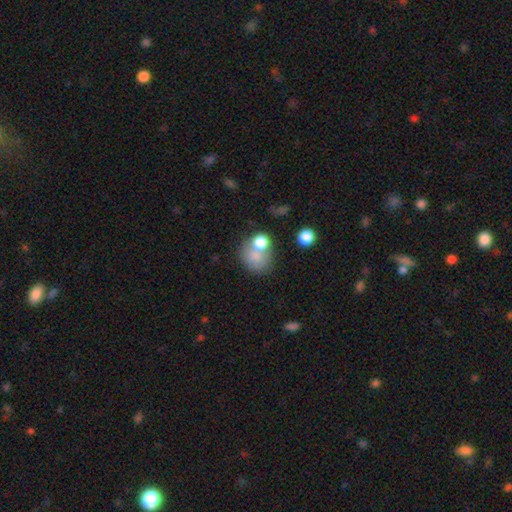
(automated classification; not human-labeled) Smooth or featured? Predicted: smooth (p=0.73). How rounded? Predicted: round (p=0.62). Merging? Predicted: none (p=0.39).